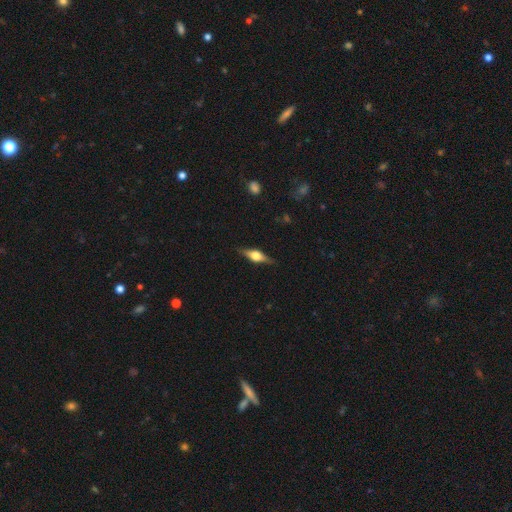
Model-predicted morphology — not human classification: smooth_or_featured: featured or disk (p=0.65) [alt: smooth p=0.28]
disk_edge_on: yes (p=0.96) [alt: no p=0.04]
edge_on_bulge: rounded (p=0.91) [alt: boxy p=0.07]
merging: none (p=0.86) [alt: minor disturbance p=0.11]